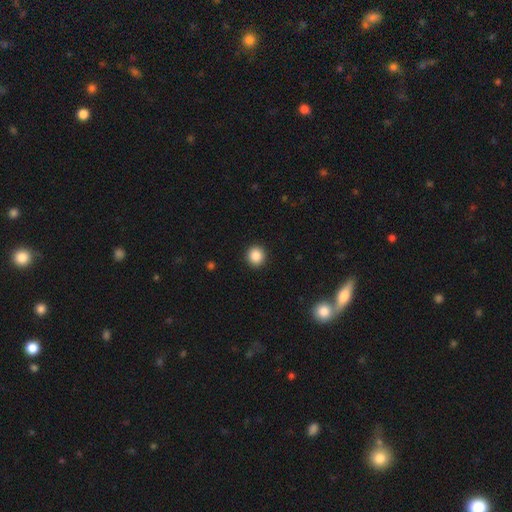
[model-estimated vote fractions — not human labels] Q: Smooth or featured?
A: smooth (87%); runner-up: star or artifact (9%)
Q: How rounded?
A: round (90%); runner-up: in between (9%)
Q: Merging?
A: none (92%); runner-up: minor disturbance (5%)